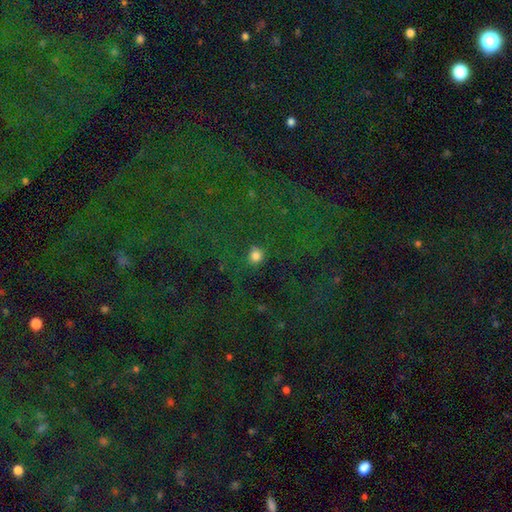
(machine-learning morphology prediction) This appears to be a smooth galaxy with no disk features (78%) that is round (81%). Merging: none (80%).